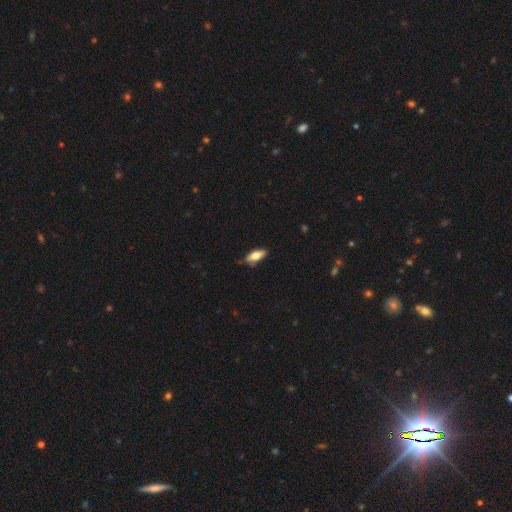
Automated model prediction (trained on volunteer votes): Smooth or featured? smooth (70%)
How rounded? in between (76%)
Merging? none (74%)